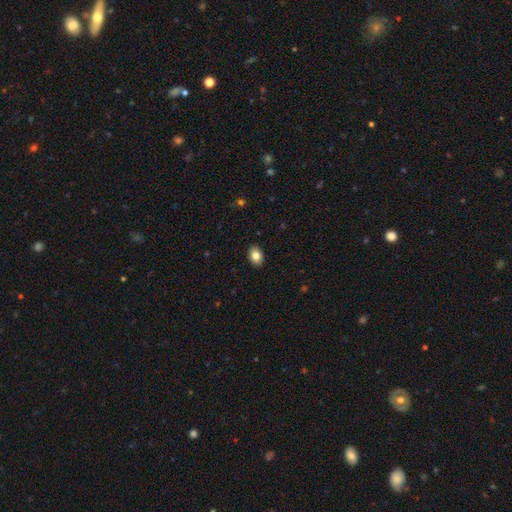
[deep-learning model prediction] Smooth or featured? smooth (83%)
How rounded? in between (73%)
Merging? none (90%)